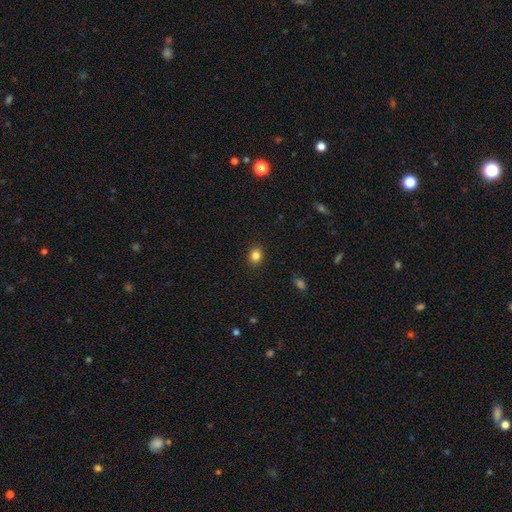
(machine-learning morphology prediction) This appears to be a smooth galaxy with no disk features (84%) that is round (59%). Merging: none (90%).